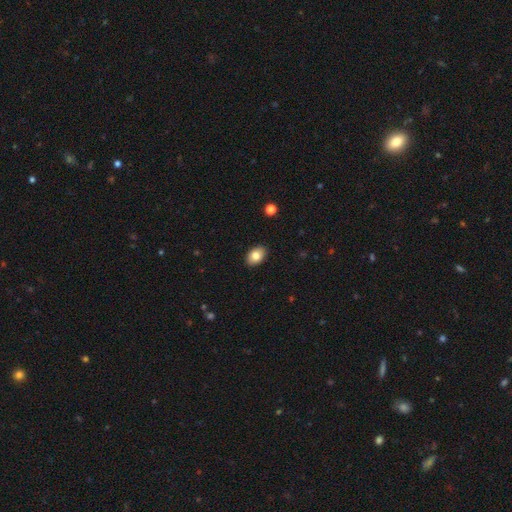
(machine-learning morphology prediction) This appears to be a smooth galaxy with no disk features (81%) that is in between round and cigar-shaped (84%). Merging: none (90%).